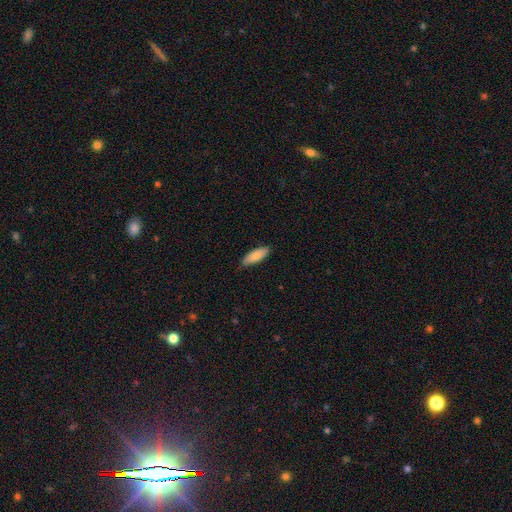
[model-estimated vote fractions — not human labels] Morphology: type=smooth (83%); roundness=in between (62%); merging=none (85%).